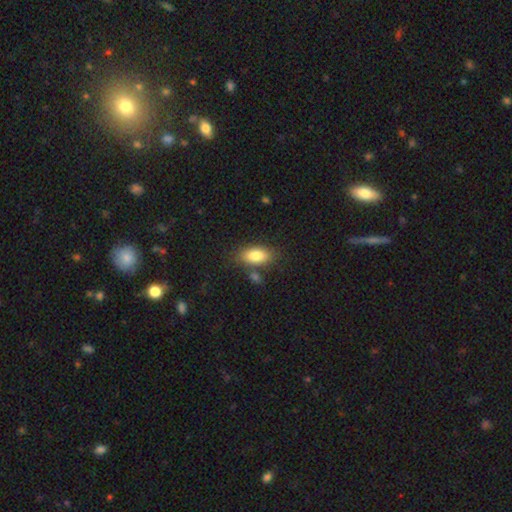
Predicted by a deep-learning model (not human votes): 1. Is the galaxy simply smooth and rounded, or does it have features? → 84% smooth, 9% featured or disk, 7% star or artifact.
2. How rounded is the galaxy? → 89% in between, 7% cigar-shaped, 4% round.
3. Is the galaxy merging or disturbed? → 74% none, 13% minor disturbance, 9% merger, 4% major disturbance.